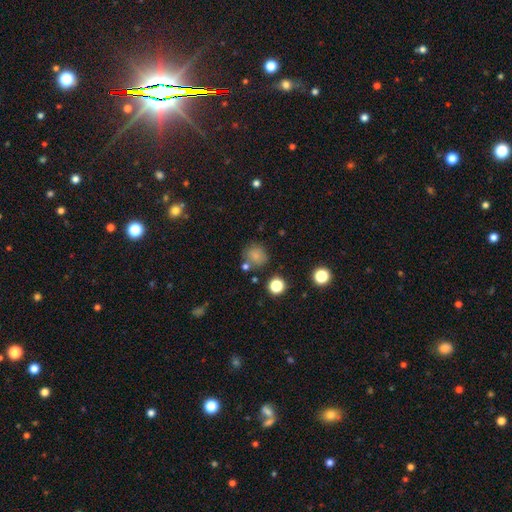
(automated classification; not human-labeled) Smooth or featured?
  - smooth: 78% *
  - star or artifact: 15%
  - featured or disk: 6%
How rounded?
  - round: 80% *
  - in between: 18%
  - cigar-shaped: 1%
Merging?
  - none: 72% *
  - minor disturbance: 14%
  - merger: 9%
  - major disturbance: 5%